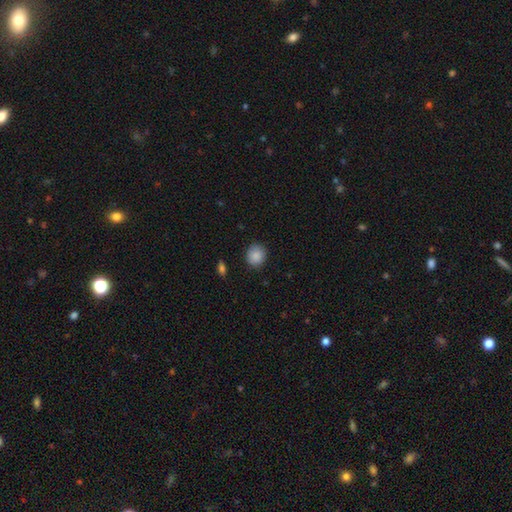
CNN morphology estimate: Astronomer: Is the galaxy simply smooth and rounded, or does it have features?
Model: smooth — 88%.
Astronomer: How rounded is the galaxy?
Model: round — 80%.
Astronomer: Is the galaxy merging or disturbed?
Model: none — 88%.